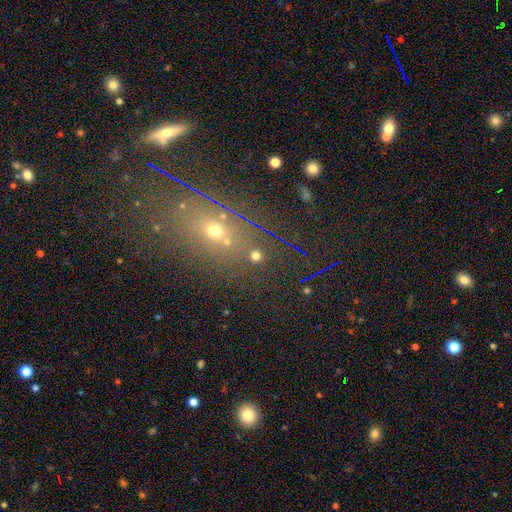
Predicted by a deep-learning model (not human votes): Smooth or featured? Predicted: smooth (p=0.60). How rounded? Predicted: round (p=0.88). Merging? Predicted: none (p=0.78).